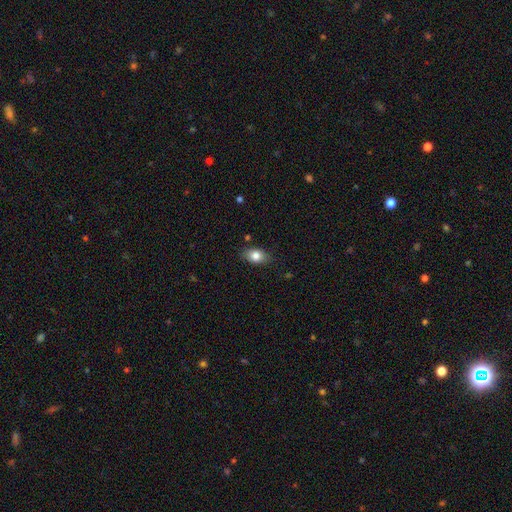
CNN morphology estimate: Overall: smooth (82%). How rounded: in between (82%). Merging: none (82%).